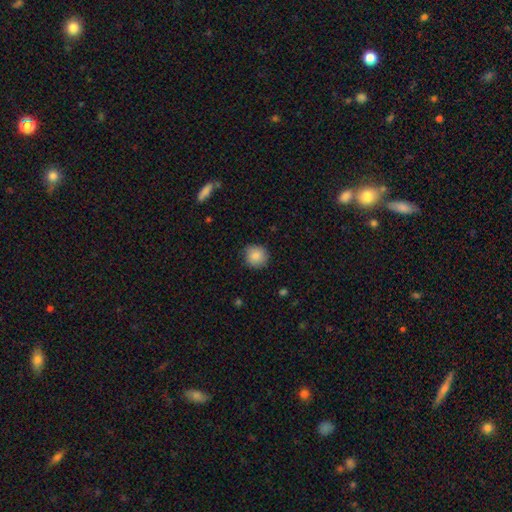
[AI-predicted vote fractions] A smooth galaxy with no disk features (87%) that is round (92%). Merging: none (86%).